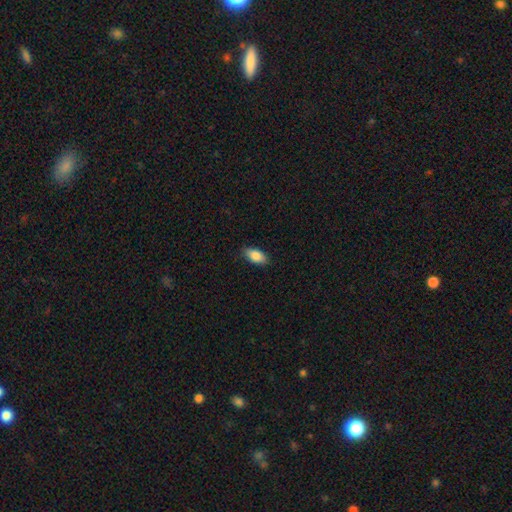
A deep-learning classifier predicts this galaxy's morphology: This is clearly a smooth galaxy (86%). How rounded: clearly in between (91%). Merging: clearly none (86%).